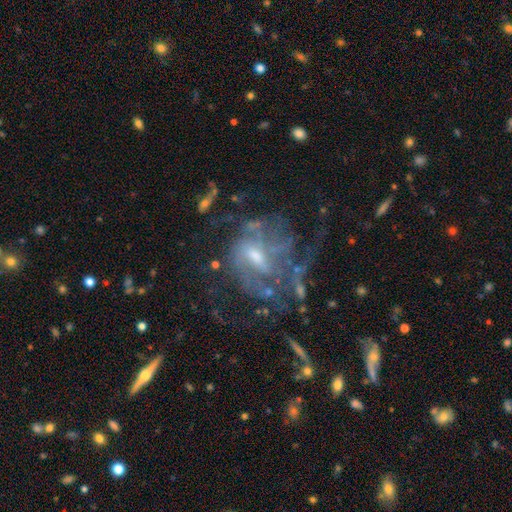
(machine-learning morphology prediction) type=featured or disk (79%); edge-on=no (97%); bar=weak (49%); spiral arms=yes (77%); winding=medium (42%); arm count=can't tell (40%); bulge=moderate (46%); merging=none (43%).